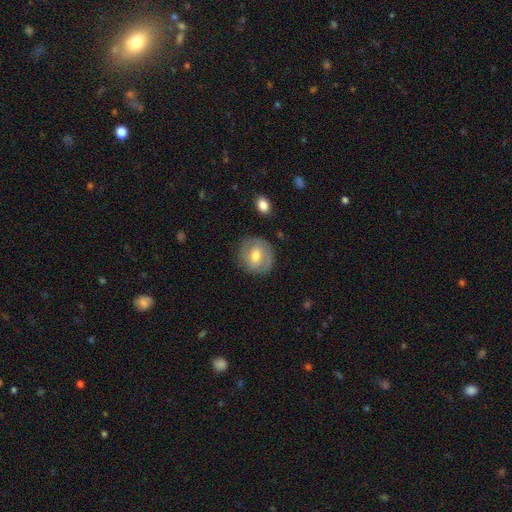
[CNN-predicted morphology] A smooth galaxy with no disk features (51%) that is round (84%). Merging: none (80%).